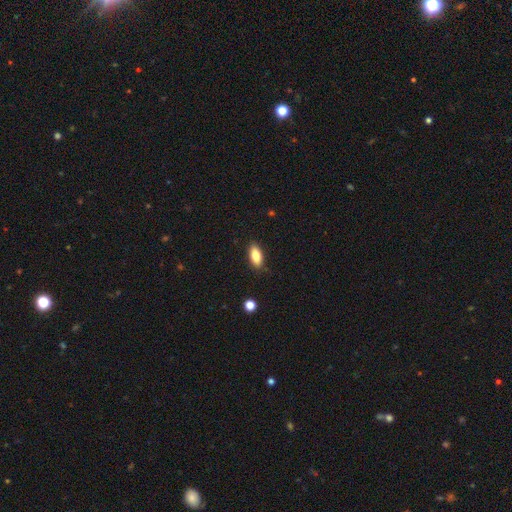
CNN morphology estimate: smooth-or-featured: smooth: 85% | featured or disk: 8% | star or artifact: 7%
  how-rounded: in between: 85% | cigar-shaped: 12% | round: 3%
  merging: none: 87% | minor disturbance: 10% | major disturbance: 2% | merger: 1%